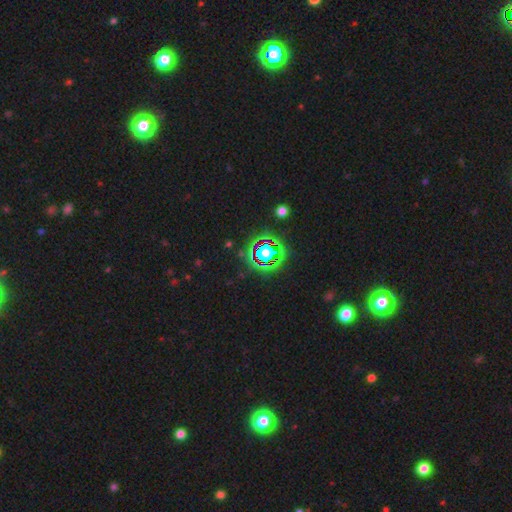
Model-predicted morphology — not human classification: Overall: star or artifact (80%).